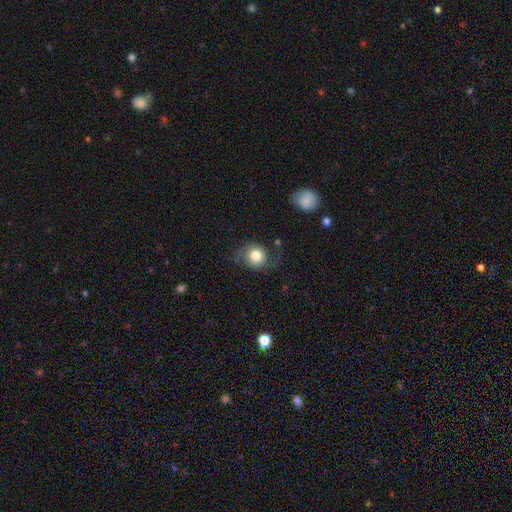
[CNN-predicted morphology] type=smooth (69%); roundness=round (77%); merging=none (60%).